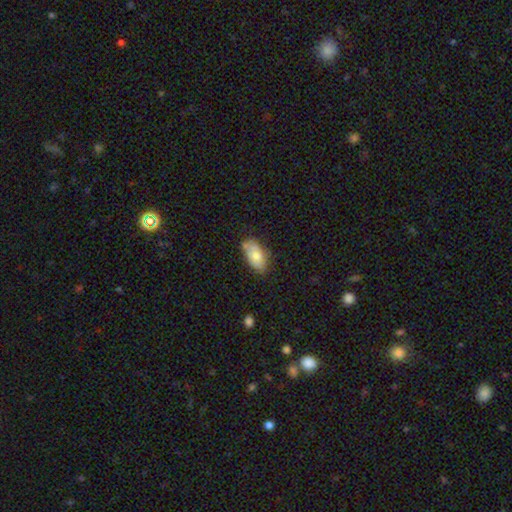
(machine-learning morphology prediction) A smooth galaxy with no disk features (73%) that is in between round and cigar-shaped (93%).

Vote fractions:
- Smooth or featured? smooth: 73% / featured or disk: 20% / star or artifact: 7%
- How rounded? in between: 93% / round: 4% / cigar-shaped: 3%
- Merging? none: 65% / minor disturbance: 25% / merger: 5% / major disturbance: 5%